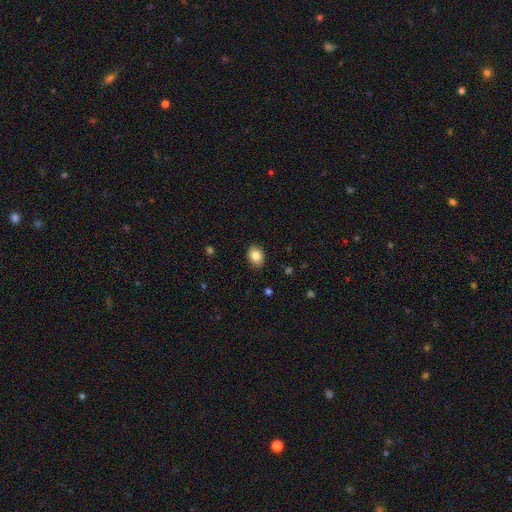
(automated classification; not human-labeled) Smooth or featured? smooth (85%)
How rounded? in between (60%)
Merging? none (88%)